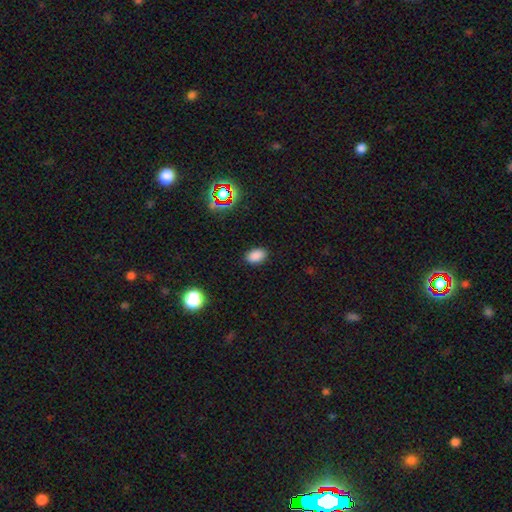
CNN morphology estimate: A smooth galaxy with no disk features (84%) that is in between round and cigar-shaped (88%).

Vote fractions:
- Smooth or featured? smooth: 84% / star or artifact: 13% / featured or disk: 4%
- How rounded? in between: 88% / round: 11% / cigar-shaped: 1%
- Merging? none: 87% / minor disturbance: 9% / major disturbance: 3% / merger: 1%